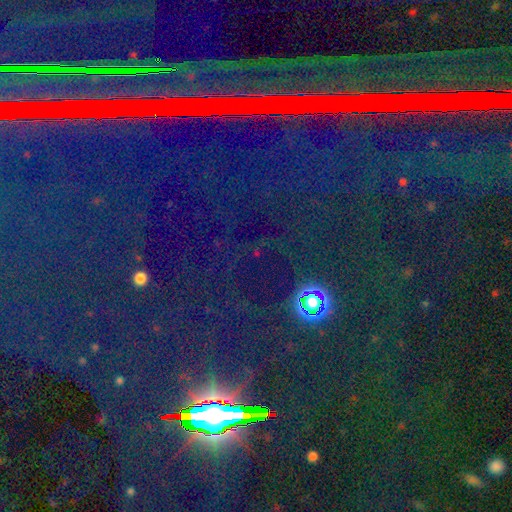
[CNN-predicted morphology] A star or artifact, not a galaxy (83%).